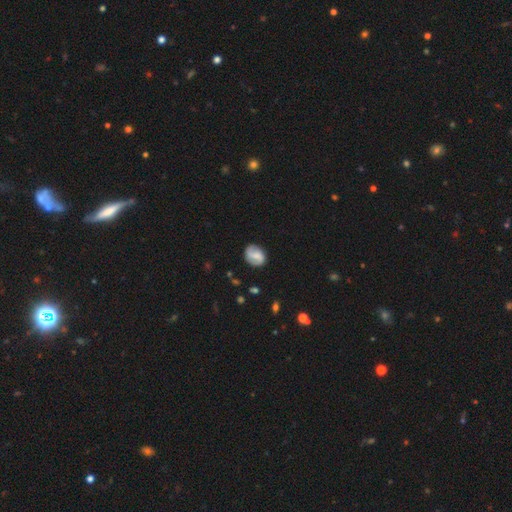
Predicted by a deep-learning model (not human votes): Smooth or featured? featured or disk (48%)
Merging? none (77%)